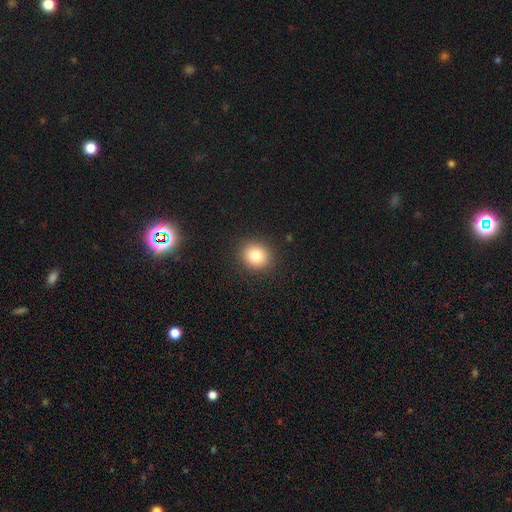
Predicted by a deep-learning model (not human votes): This appears to be a smooth galaxy with no disk features (84%) that is round (74%). Merging: none (90%).